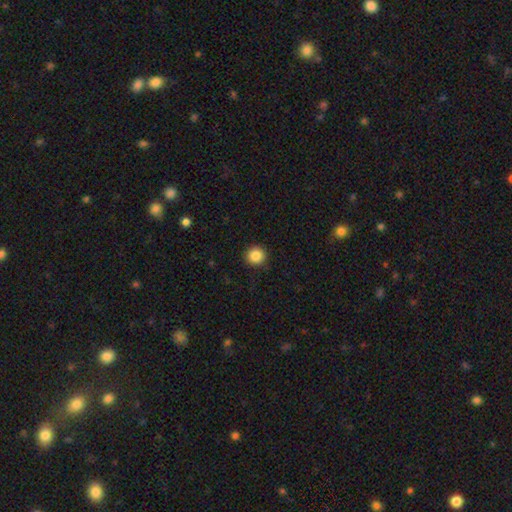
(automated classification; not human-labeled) The model was most divided on "smooth or featured": smooth: 86%, star or artifact: 10%, featured or disk: 4%. More confident: how rounded — round (94%); merging — none (92%).